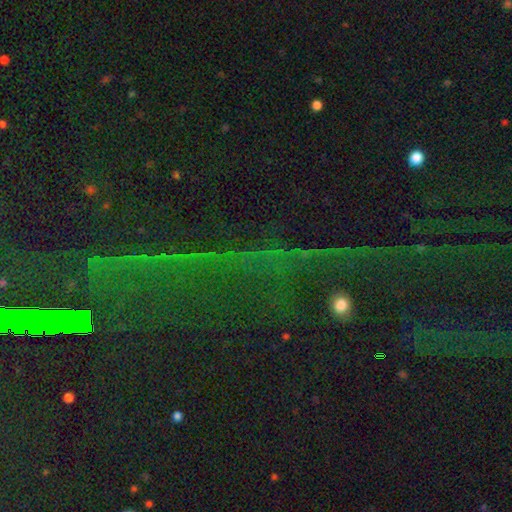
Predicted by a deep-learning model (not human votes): The model was most divided on "smooth or featured": star or artifact: 80%, smooth: 11%, featured or disk: 10%.